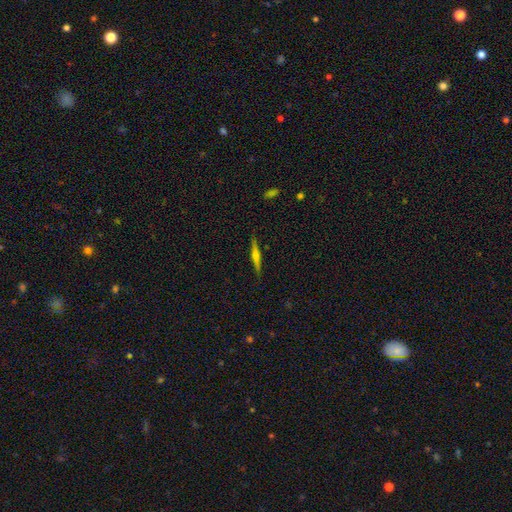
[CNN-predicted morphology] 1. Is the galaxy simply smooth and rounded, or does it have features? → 64% featured or disk, 29% smooth, 7% star or artifact.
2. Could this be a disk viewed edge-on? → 98% yes, 2% no.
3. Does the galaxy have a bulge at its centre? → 76% rounded, 14% none, 11% boxy.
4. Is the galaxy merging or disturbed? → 90% none, 7% minor disturbance, 2% major disturbance, 1% merger.